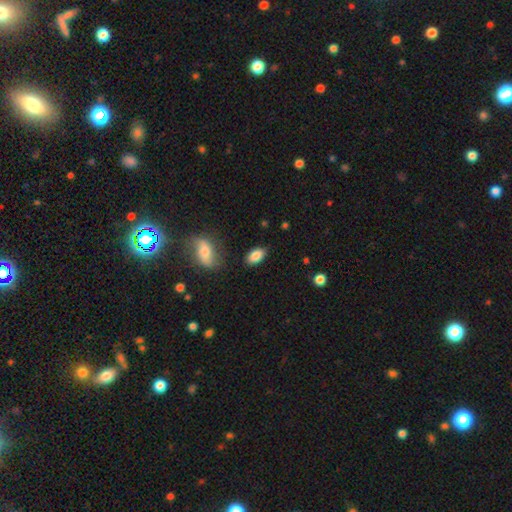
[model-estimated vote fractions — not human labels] smooth-or-featured: smooth: 86% | featured or disk: 7% | star or artifact: 7%
  how-rounded: in between: 92% | round: 5% | cigar-shaped: 2%
  merging: none: 82% | minor disturbance: 12% | major disturbance: 3% | merger: 3%